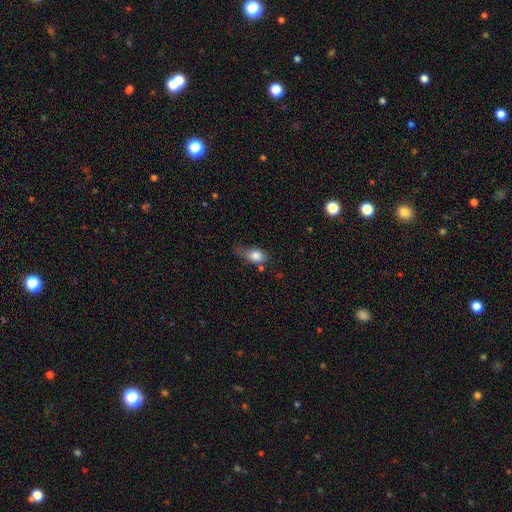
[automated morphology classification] A smooth galaxy with no disk features (81%) that is in between round and cigar-shaped (73%). Merging: minor disturbance (37%).